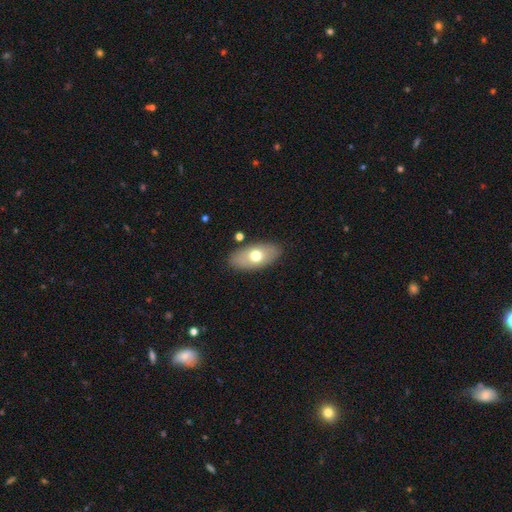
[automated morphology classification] This is likely a smooth galaxy (65%). How rounded: clearly in between (91%). Merging: clearly none (85%).